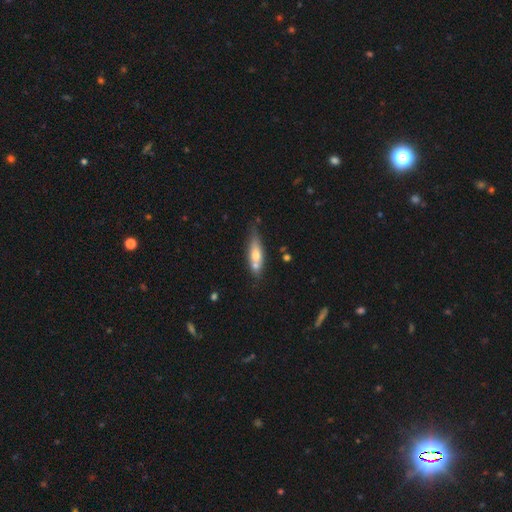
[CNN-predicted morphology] Smooth or featured?
  - smooth: 56% *
  - featured or disk: 37%
  - star or artifact: 7%
How rounded?
  - cigar-shaped: 61% *
  - in between: 36%
  - round: 3%
Merging?
  - none: 58% *
  - minor disturbance: 19%
  - merger: 18%
  - major disturbance: 5%